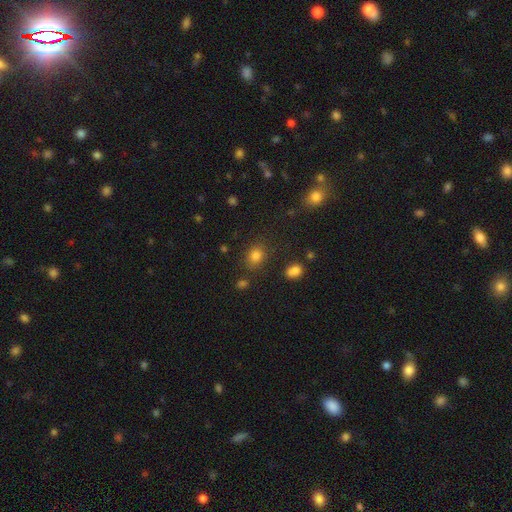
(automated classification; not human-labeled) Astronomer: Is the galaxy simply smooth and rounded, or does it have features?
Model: smooth — 80%.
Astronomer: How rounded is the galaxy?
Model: round — 52% (runner-up: in between, 46%).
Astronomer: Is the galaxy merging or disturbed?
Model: none — 79%.